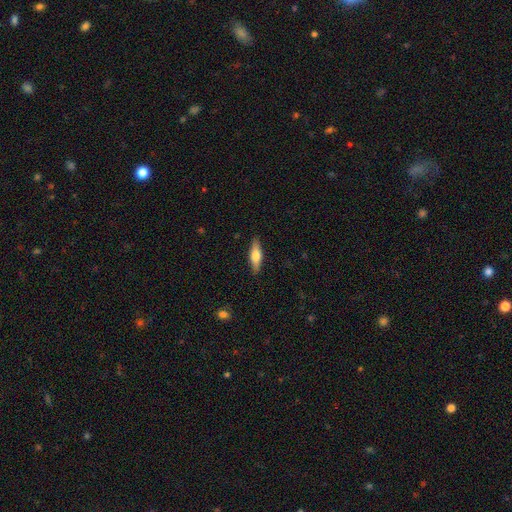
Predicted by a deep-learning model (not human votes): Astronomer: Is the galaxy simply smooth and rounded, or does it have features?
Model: smooth — 57% (runner-up: featured or disk, 38%).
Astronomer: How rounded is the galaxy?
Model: cigar-shaped — 57% (runner-up: in between, 40%).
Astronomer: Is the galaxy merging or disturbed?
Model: none — 88%.